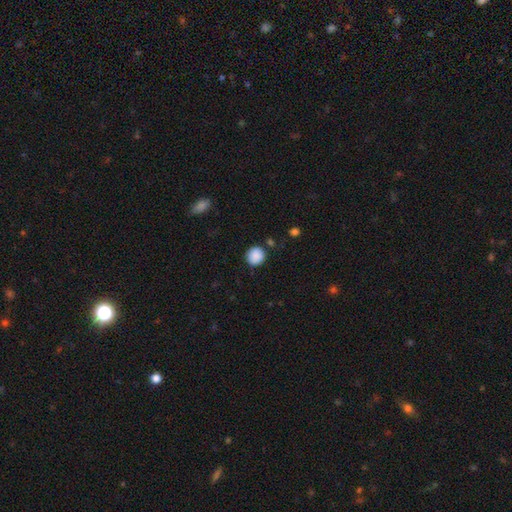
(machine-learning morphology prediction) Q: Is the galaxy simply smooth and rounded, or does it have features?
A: smooth — 89%.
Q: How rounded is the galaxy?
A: round — 90%.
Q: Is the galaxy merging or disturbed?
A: none — 84%.